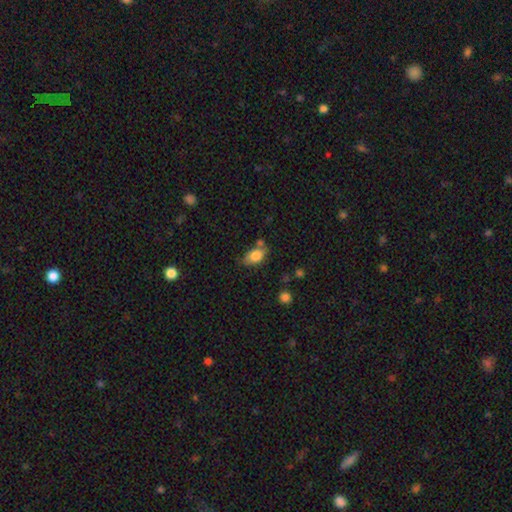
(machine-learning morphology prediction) This appears to be a smooth galaxy with no disk features (82%) that is in between round and cigar-shaped (87%). Merging: none (58%).